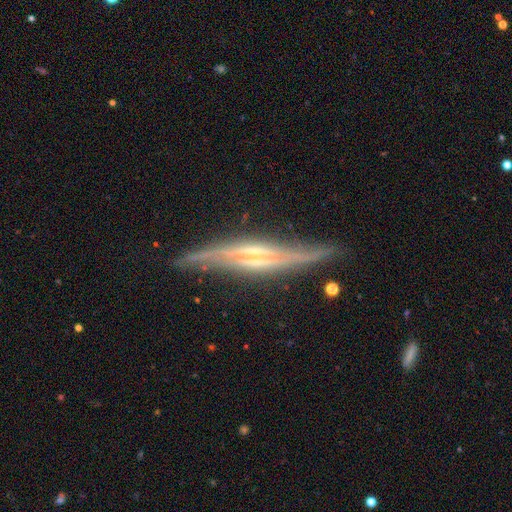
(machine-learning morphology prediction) featured or disk 85%, smooth 9%, star or artifact 6%. Down the decision tree: edge-on disk — yes (93%); edge-on bulge — rounded (45%); merging — none (80%).